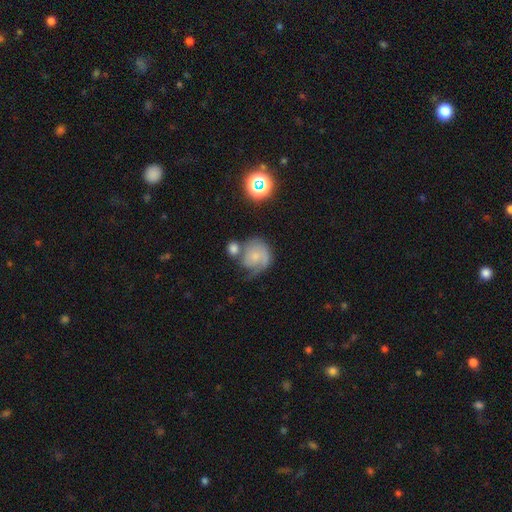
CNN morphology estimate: Smooth or featured?
  - featured or disk: 51% *
  - smooth: 39%
  - star or artifact: 10%
Edge-on disk?
  - no: 98% *
  - yes: 2%
Bar?
  - no: 76% *
  - weak: 20%
  - strong: 3%
Spiral arms?
  - yes: 81% *
  - no: 19%
Bulge size?
  - small: 55% *
  - moderate: 25%
  - none: 14%
  - large: 4%
  - dominant: 2%
Merging?
  - none: 38% *
  - minor disturbance: 21%
  - merger: 21%
  - major disturbance: 20%